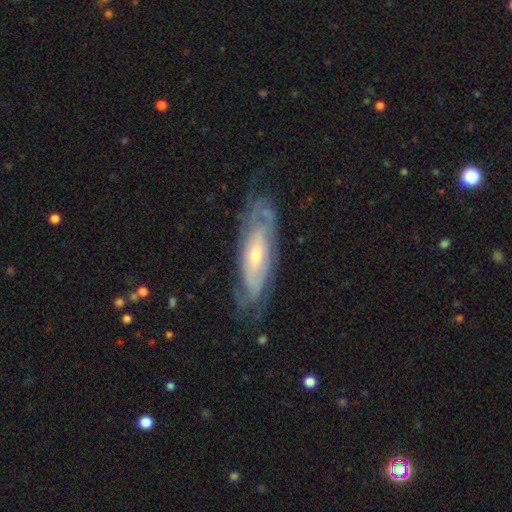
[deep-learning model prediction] This is likely a featured or disk galaxy (75%). It is likely not viewed edge-on (77%). Bar: likely no (70%). Spiral arm pattern: clearly yes (84%). Central bulge: possibly small (58%). Merging: likely none (70%).